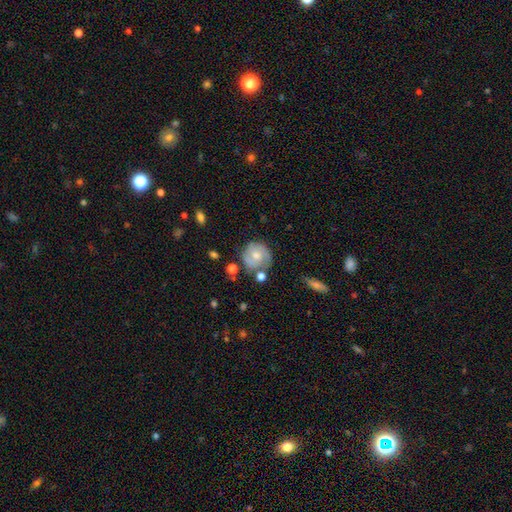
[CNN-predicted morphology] This appears to be a featured or disk galaxy (47%). Merging: none (64%).